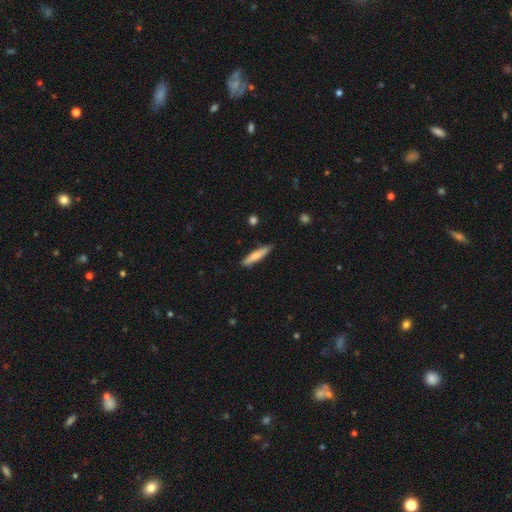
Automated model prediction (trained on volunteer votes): Morphology: type=smooth (72%); roundness=cigar-shaped (86%); merging=none (84%).